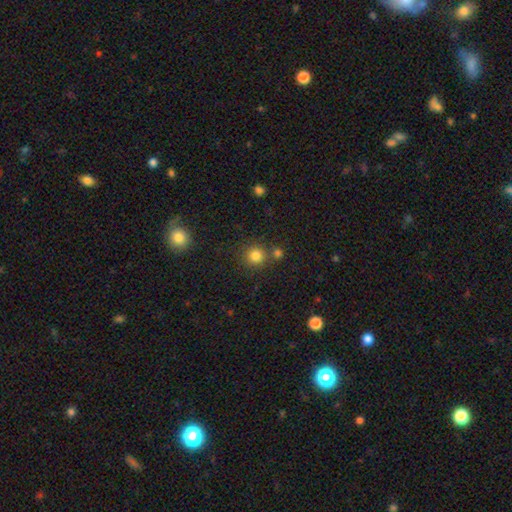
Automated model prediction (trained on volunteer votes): Smooth or featured?
  - smooth: 81% *
  - star or artifact: 13%
  - featured or disk: 5%
How rounded?
  - round: 92% *
  - in between: 7%
  - cigar-shaped: 1%
Merging?
  - none: 76% *
  - merger: 14%
  - minor disturbance: 8%
  - major disturbance: 3%